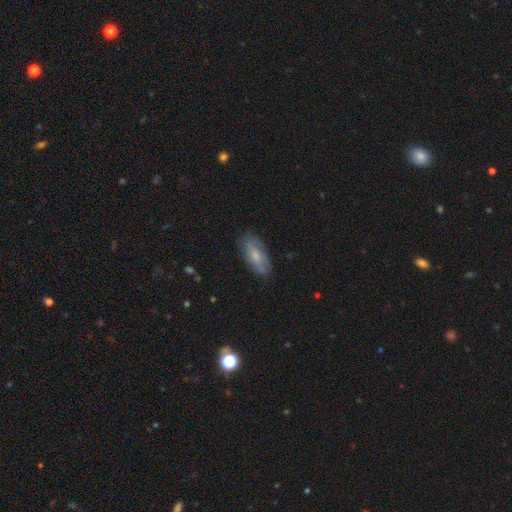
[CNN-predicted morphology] Q: Smooth or featured?
A: smooth (60%); runner-up: featured or disk (34%)
Q: How rounded?
A: in between (81%); runner-up: cigar-shaped (16%)
Q: Merging?
A: none (76%); runner-up: minor disturbance (18%)